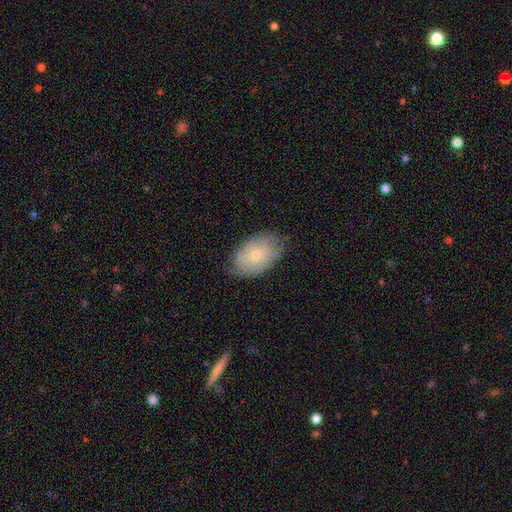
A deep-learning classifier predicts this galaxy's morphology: smooth-or-featured: smooth: 61% | featured or disk: 32% | star or artifact: 7%
  how-rounded: in between: 89% | round: 9% | cigar-shaped: 1%
  merging: none: 75% | minor disturbance: 20% | major disturbance: 4% | merger: 1%